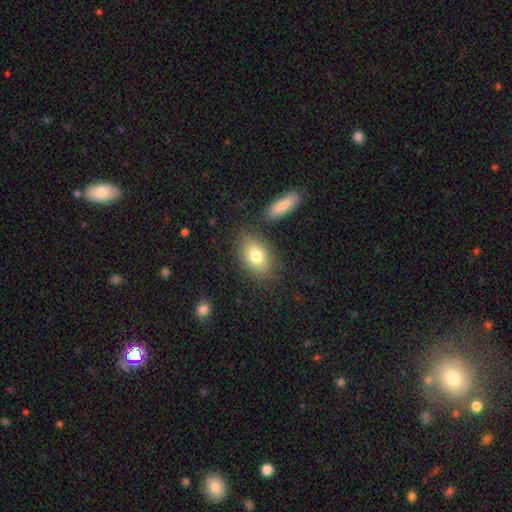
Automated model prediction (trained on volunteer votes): Q: Smooth or featured?
A: smooth (78%); runner-up: featured or disk (14%)
Q: How rounded?
A: in between (84%); runner-up: round (14%)
Q: Merging?
A: none (77%); runner-up: minor disturbance (12%)